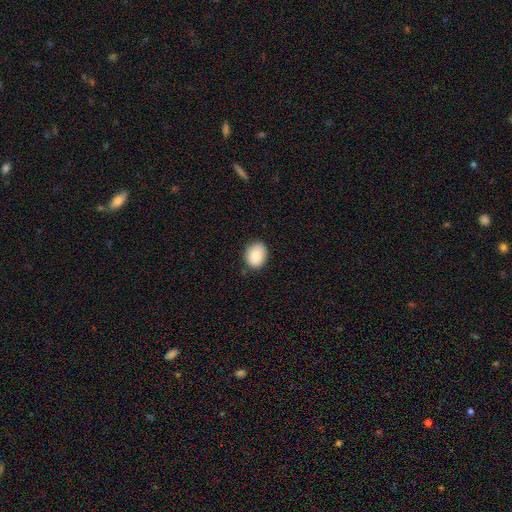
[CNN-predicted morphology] smooth_or_featured: smooth (p=0.86) [alt: star or artifact p=0.08]
how_rounded: in between (p=0.60) [alt: round p=0.40]
merging: none (p=0.80) [alt: minor disturbance p=0.16]